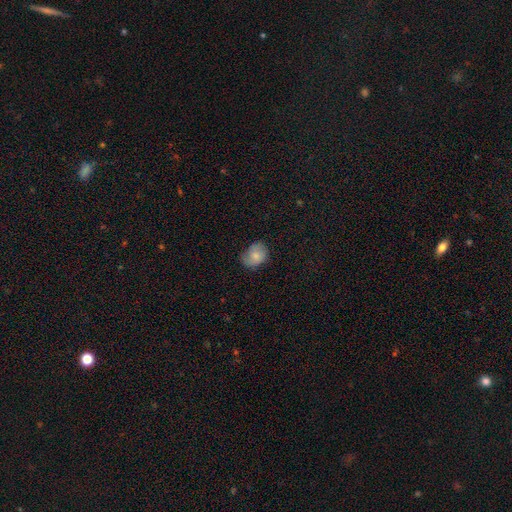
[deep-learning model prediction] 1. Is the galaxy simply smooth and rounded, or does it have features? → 71% smooth, 21% featured or disk, 8% star or artifact.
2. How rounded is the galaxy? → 58% in between, 41% round, 1% cigar-shaped.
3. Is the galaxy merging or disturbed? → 61% none, 30% minor disturbance, 8% major disturbance, 1% merger.